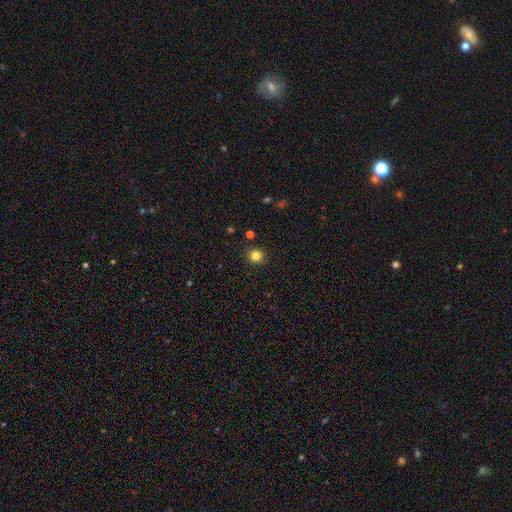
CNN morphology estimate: Smooth or featured: smooth — 83% (star or artifact — 12%)
How rounded: round — 86% (in between — 13%)
Merging: none — 90% (minor disturbance — 7%)